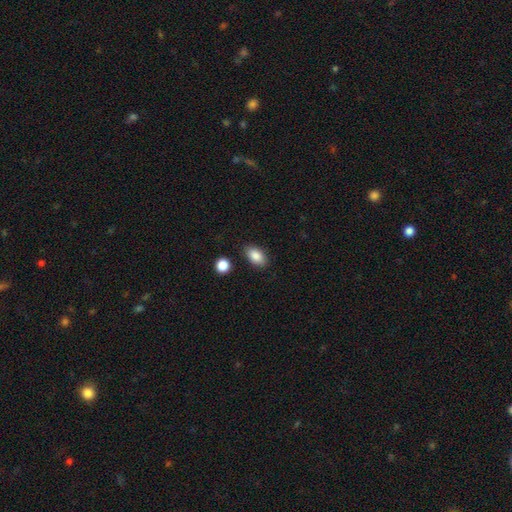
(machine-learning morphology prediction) Smooth or featured?
  - smooth: 87% *
  - star or artifact: 7%
  - featured or disk: 5%
How rounded?
  - in between: 91% *
  - round: 7%
  - cigar-shaped: 2%
Merging?
  - none: 84% *
  - minor disturbance: 10%
  - merger: 3%
  - major disturbance: 3%